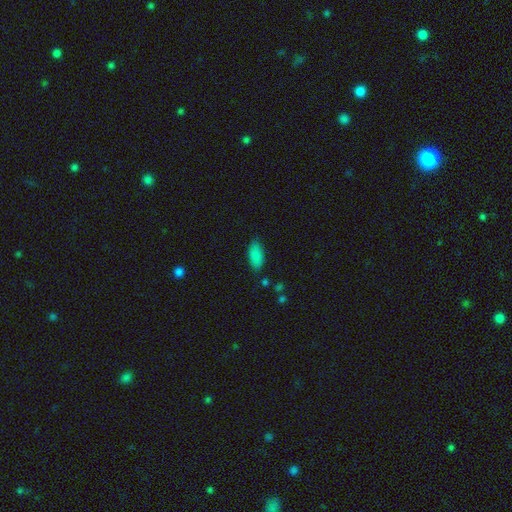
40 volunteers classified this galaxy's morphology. A smooth galaxy with no disk features (85%) that is in between round and cigar-shaped (82%). Merging: none (92%).